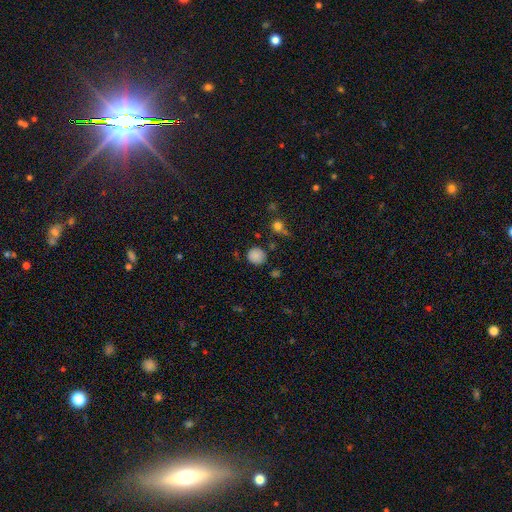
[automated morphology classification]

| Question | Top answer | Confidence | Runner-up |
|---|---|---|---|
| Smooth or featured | smooth | 83% | star or artifact (12%) |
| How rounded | round | 86% | in between (13%) |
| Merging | none | 80% | minor disturbance (14%) |